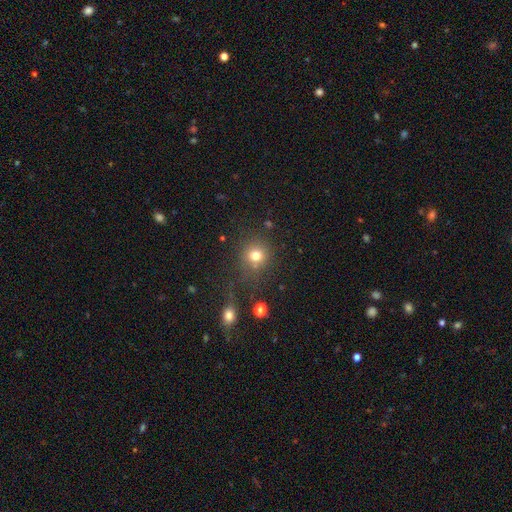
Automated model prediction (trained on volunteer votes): A smooth galaxy with no disk features (75%) that is round (89%).

Vote fractions:
- Smooth or featured? smooth: 75% / star or artifact: 17% / featured or disk: 8%
- How rounded? round: 89% / in between: 10% / cigar-shaped: 1%
- Merging? none: 72% / minor disturbance: 12% / merger: 9% / major disturbance: 6%